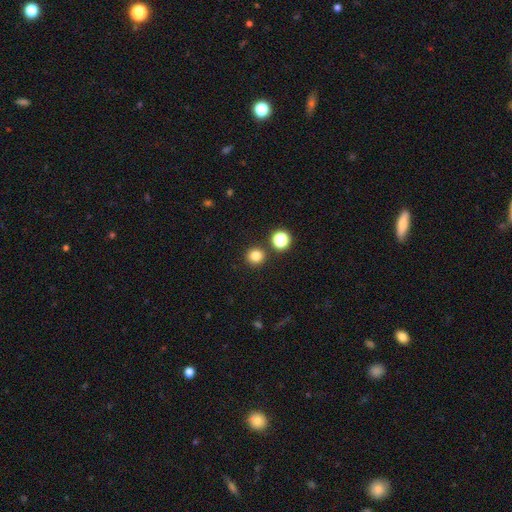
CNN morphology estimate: Smooth or featured?
  - smooth: 81% *
  - star or artifact: 14%
  - featured or disk: 5%
How rounded?
  - round: 94% *
  - in between: 5%
  - cigar-shaped: 1%
Merging?
  - none: 88% *
  - minor disturbance: 5%
  - merger: 5%
  - major disturbance: 2%